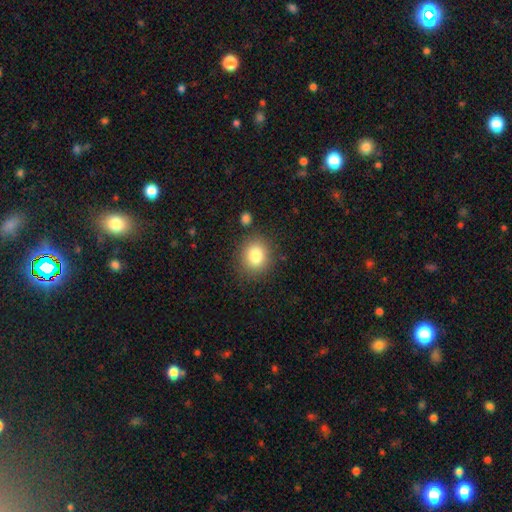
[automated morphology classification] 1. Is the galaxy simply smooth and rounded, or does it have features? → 82% smooth, 10% star or artifact, 8% featured or disk.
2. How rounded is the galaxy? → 74% round, 25% in between, 1% cigar-shaped.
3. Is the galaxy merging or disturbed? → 83% none, 10% minor disturbance, 4% merger, 3% major disturbance.